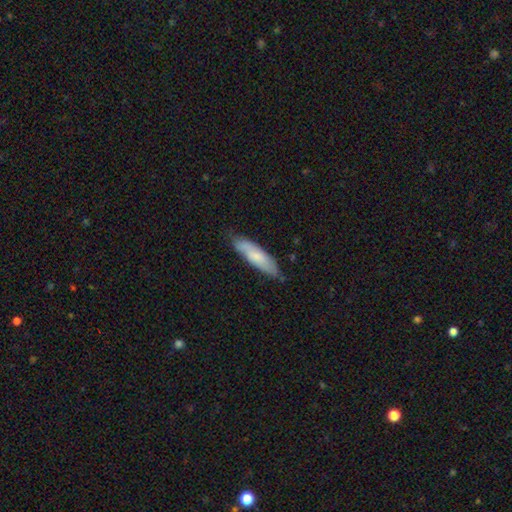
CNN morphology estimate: Smooth or featured?
  - smooth: 67% *
  - featured or disk: 27%
  - star or artifact: 6%
How rounded?
  - cigar-shaped: 62% *
  - in between: 36%
  - round: 1%
Merging?
  - none: 73% *
  - minor disturbance: 22%
  - major disturbance: 3%
  - merger: 2%